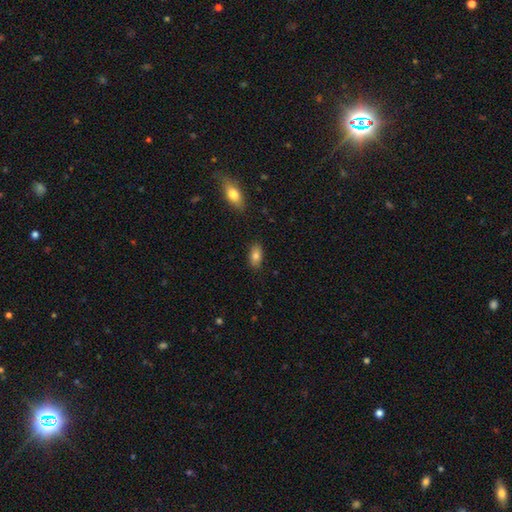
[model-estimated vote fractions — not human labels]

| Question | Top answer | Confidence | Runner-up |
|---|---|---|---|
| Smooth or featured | smooth | 81% | featured or disk (11%) |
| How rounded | in between | 90% | round (5%) |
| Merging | none | 86% | minor disturbance (10%) |